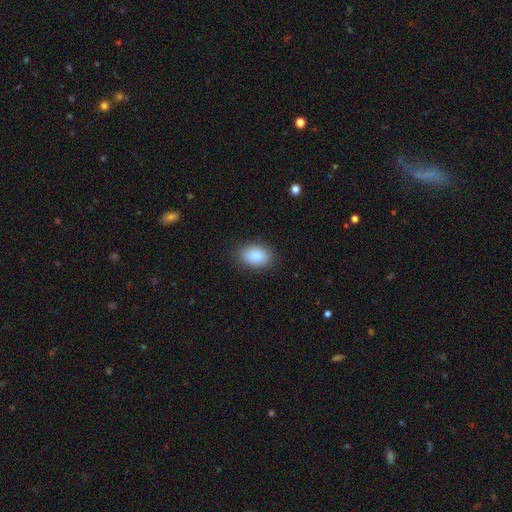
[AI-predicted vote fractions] Morphology: type=smooth (90%); roundness=in between (85%); merging=none (87%).